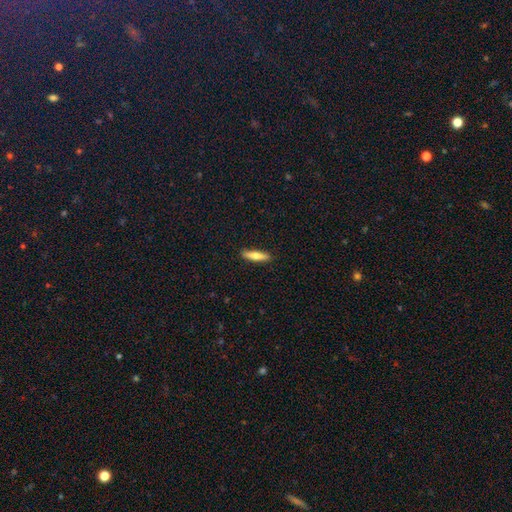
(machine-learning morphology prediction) Q: Smooth or featured?
A: smooth (68%); runner-up: featured or disk (26%)
Q: How rounded?
A: cigar-shaped (77%); runner-up: in between (21%)
Q: Merging?
A: none (90%); runner-up: minor disturbance (7%)